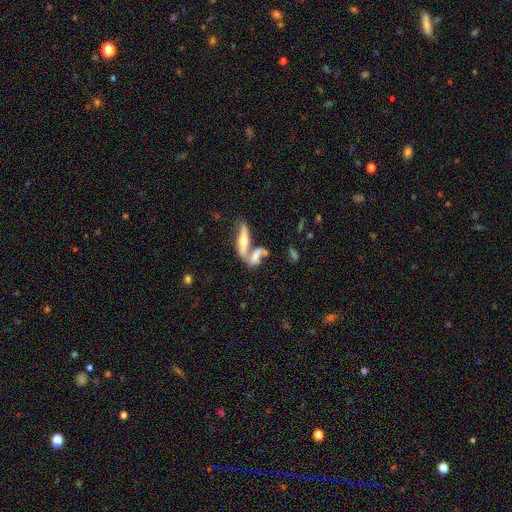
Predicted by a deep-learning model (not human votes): Smooth or featured? Predicted: smooth (p=0.46). Merging? Predicted: merger (p=0.57).